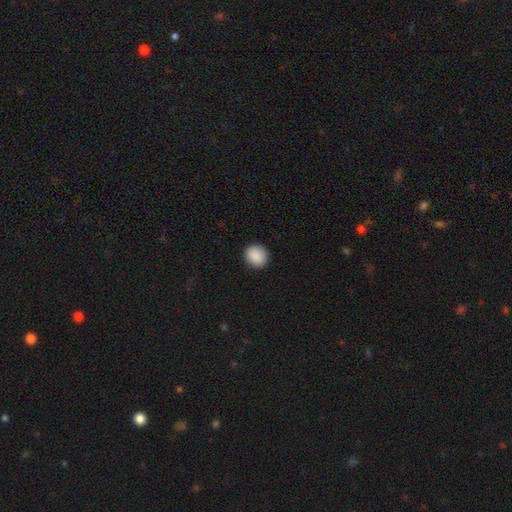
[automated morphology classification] This appears to be a smooth galaxy with no disk features (90%) that is round (79%). Merging: none (91%).